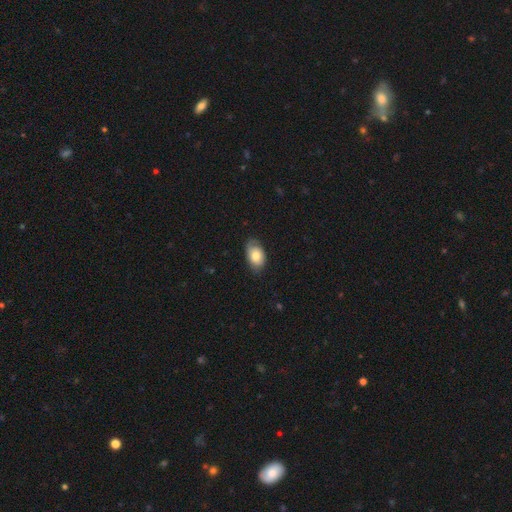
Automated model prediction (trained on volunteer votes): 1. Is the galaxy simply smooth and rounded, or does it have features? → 74% smooth, 19% featured or disk, 7% star or artifact.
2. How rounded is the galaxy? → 90% in between, 8% round, 1% cigar-shaped.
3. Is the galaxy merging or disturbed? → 70% none, 24% minor disturbance, 5% major disturbance, 1% merger.